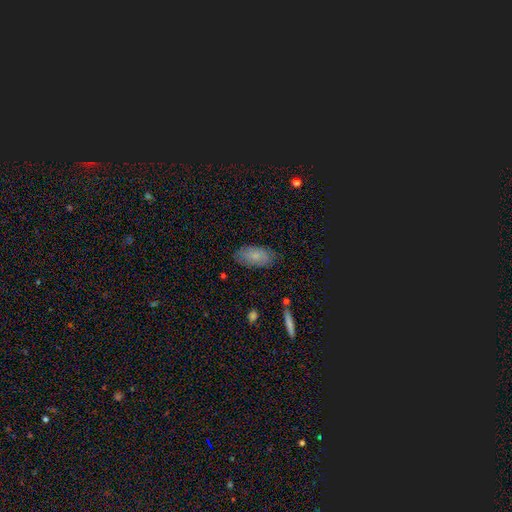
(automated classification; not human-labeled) smooth_or_featured: smooth (p=0.71) [alt: featured or disk p=0.21]
how_rounded: in between (p=0.92) [alt: cigar-shaped p=0.05]
merging: none (p=0.79) [alt: minor disturbance p=0.16]